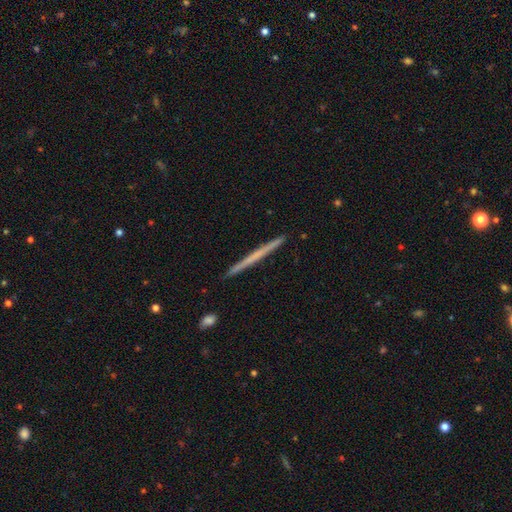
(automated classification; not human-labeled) Morphology: type=featured or disk (50%); edge-on=yes (98%); merging=none (93%).